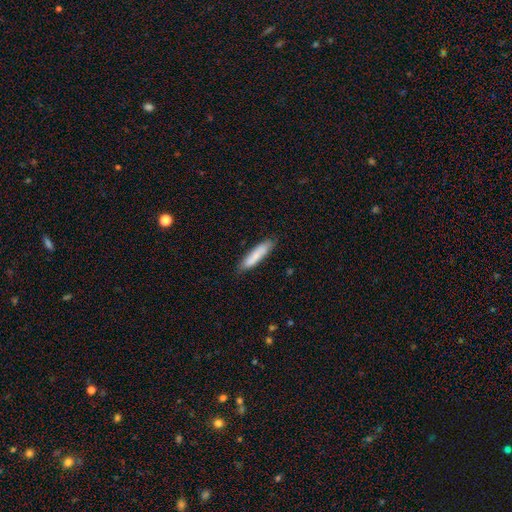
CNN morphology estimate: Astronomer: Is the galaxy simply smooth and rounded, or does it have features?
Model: smooth — 78%.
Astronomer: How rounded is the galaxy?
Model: cigar-shaped — 81%.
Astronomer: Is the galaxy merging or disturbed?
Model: none — 82%.